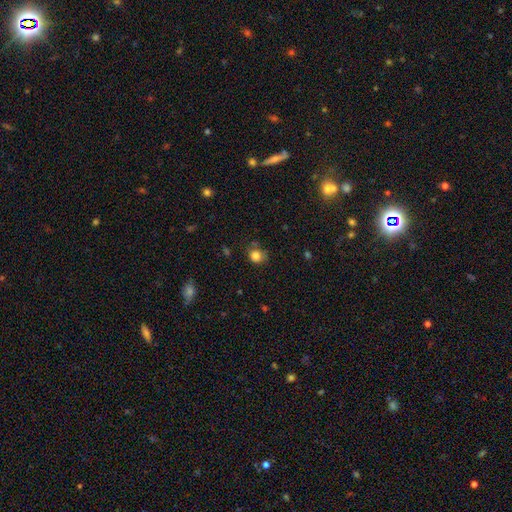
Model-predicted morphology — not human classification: smooth_or_featured: smooth (p=0.83) [alt: star or artifact p=0.12]
how_rounded: round (p=0.75) [alt: in between p=0.24]
merging: none (p=0.65) [alt: minor disturbance p=0.23]